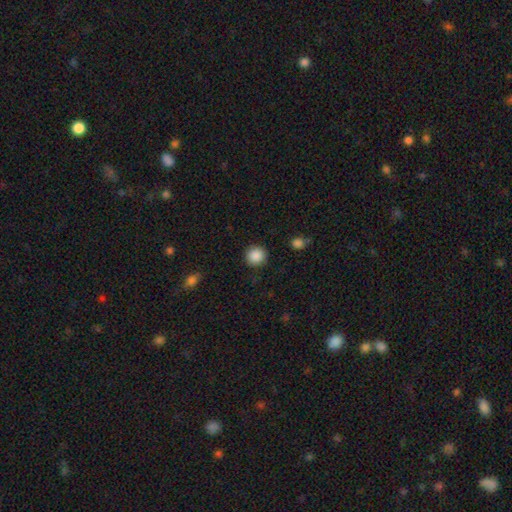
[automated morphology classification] A smooth galaxy with no disk features (88%) that is round (94%). Merging: none (91%).